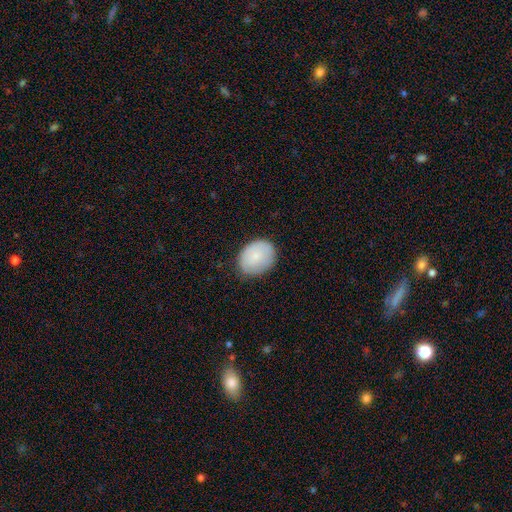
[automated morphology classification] Smooth or featured? smooth (79%)
How rounded? in between (56%)
Merging? none (76%)